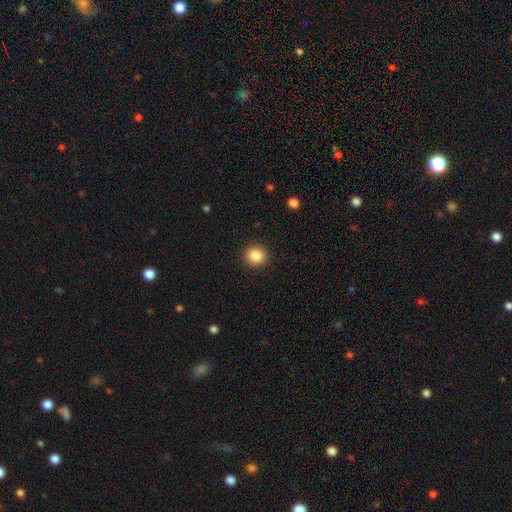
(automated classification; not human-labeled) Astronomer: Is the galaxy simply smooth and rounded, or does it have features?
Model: smooth — 86%.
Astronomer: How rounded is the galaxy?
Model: round — 90%.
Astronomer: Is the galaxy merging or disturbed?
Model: none — 92%.